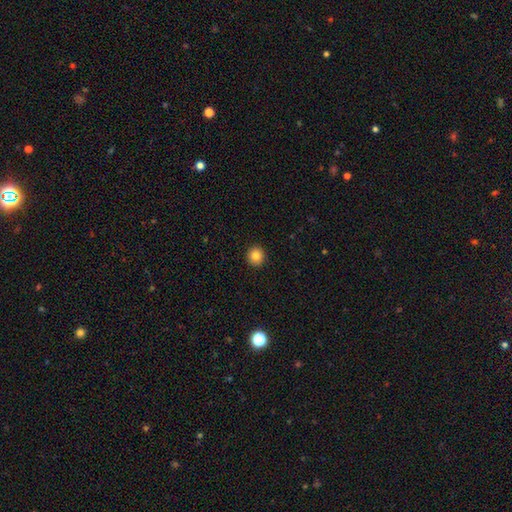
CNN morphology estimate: smooth 83%, star or artifact 11%, featured or disk 6%. Down the decision tree: how rounded — round (94%); merging — none (93%).